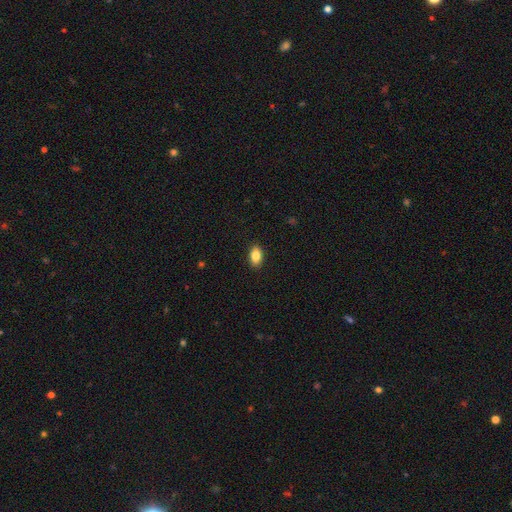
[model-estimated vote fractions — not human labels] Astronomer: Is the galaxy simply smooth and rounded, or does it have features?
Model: smooth — 86%.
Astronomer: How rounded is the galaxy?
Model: in between — 90%.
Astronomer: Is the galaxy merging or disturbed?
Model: none — 90%.